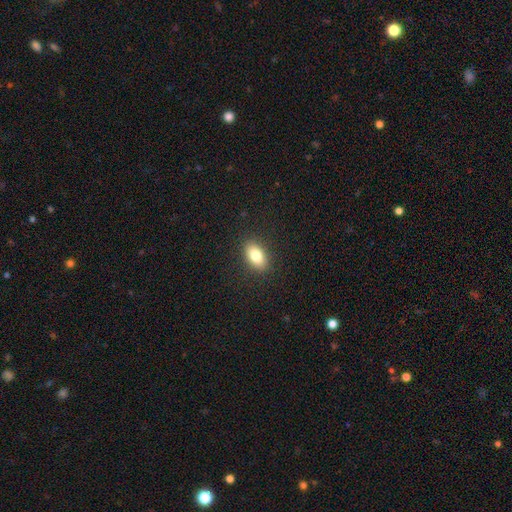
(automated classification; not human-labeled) Morphology: type=smooth (81%); roundness=in between (88%); merging=none (89%).